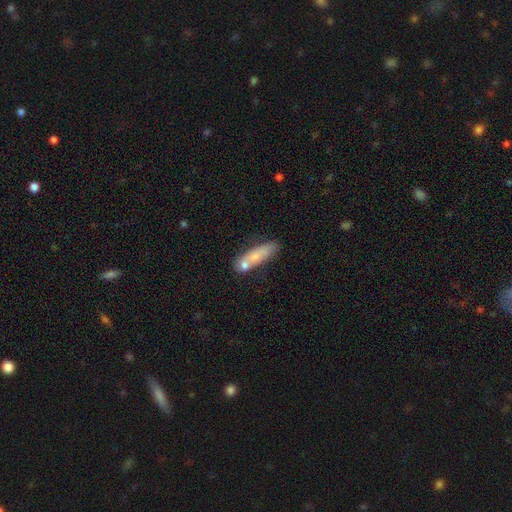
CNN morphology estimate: Smooth or featured?
  - smooth: 69% *
  - featured or disk: 24%
  - star or artifact: 7%
How rounded?
  - cigar-shaped: 62% *
  - in between: 35%
  - round: 3%
Merging?
  - none: 49% *
  - merger: 27%
  - minor disturbance: 18%
  - major disturbance: 6%